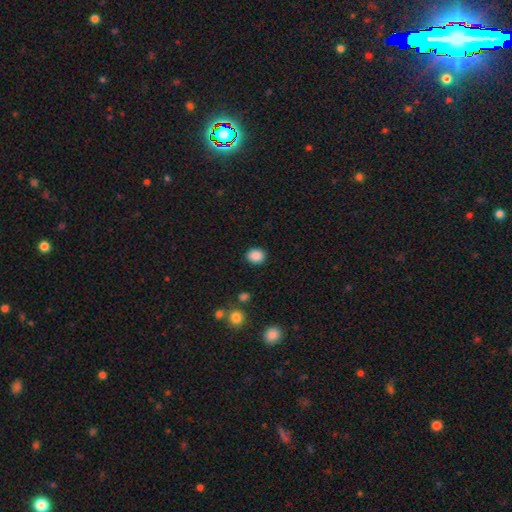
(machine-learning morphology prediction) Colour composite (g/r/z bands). It shows a smooth galaxy with no disk features (88%) that is round (61%). Merging: none (87%).